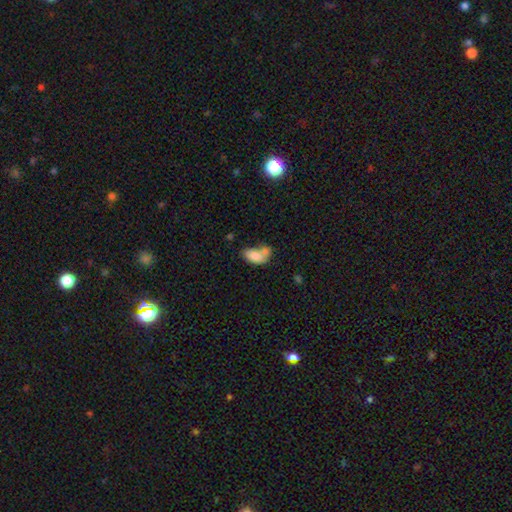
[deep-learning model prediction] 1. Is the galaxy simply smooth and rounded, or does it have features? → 80% smooth, 13% featured or disk, 8% star or artifact.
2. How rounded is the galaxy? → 91% in between, 6% round, 3% cigar-shaped.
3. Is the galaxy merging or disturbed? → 50% merger, 25% none, 15% minor disturbance, 10% major disturbance.